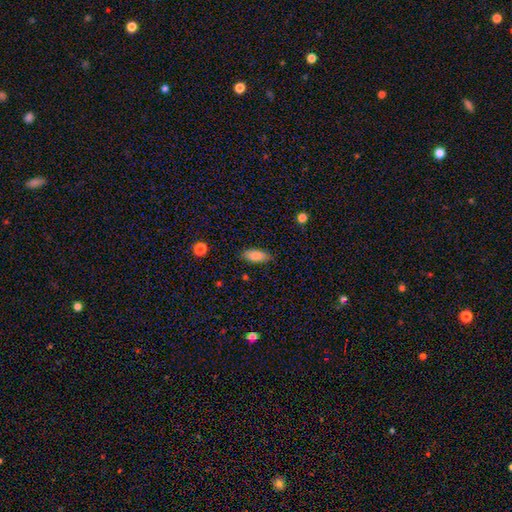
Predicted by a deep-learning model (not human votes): This is clearly a smooth galaxy (84%). How rounded: clearly in between (85%). Merging: clearly none (84%).